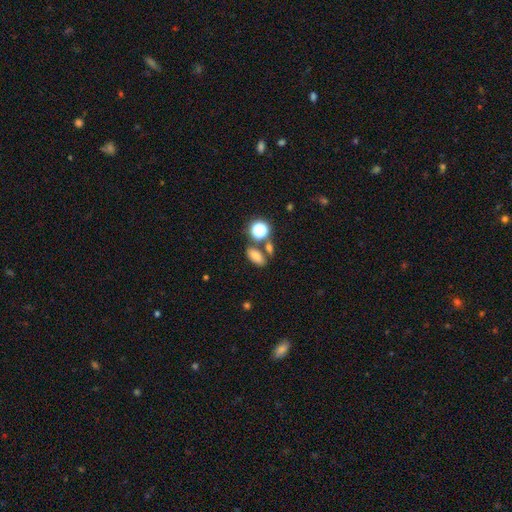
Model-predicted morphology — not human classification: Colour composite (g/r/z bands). It shows a smooth galaxy with no disk features (74%) that is in between round and cigar-shaped (80%). Merging: none (67%).